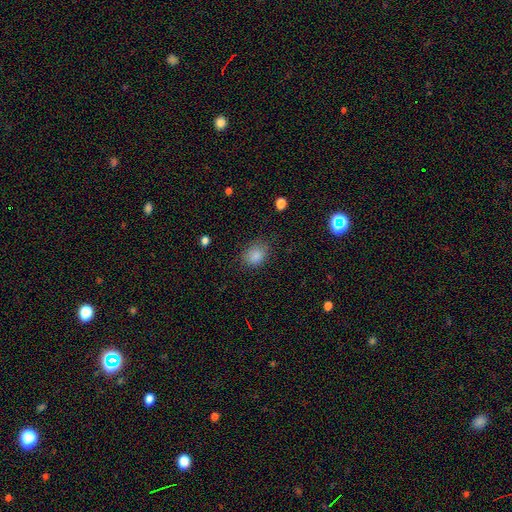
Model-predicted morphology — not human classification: Smooth or featured? smooth (86%)
How rounded? in between (53%)
Merging? none (77%)